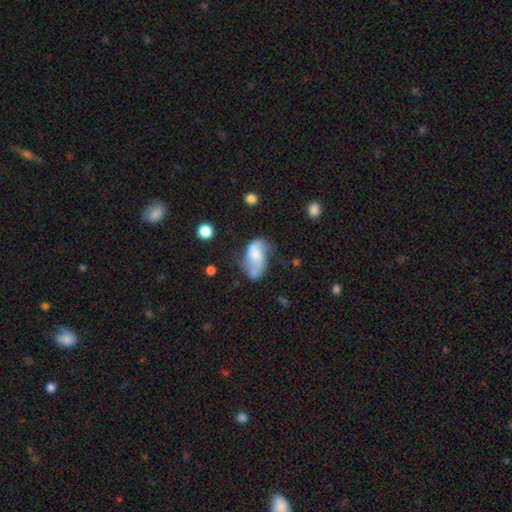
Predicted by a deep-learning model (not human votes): Morphology: type=featured or disk (50%); merging=none (32%).